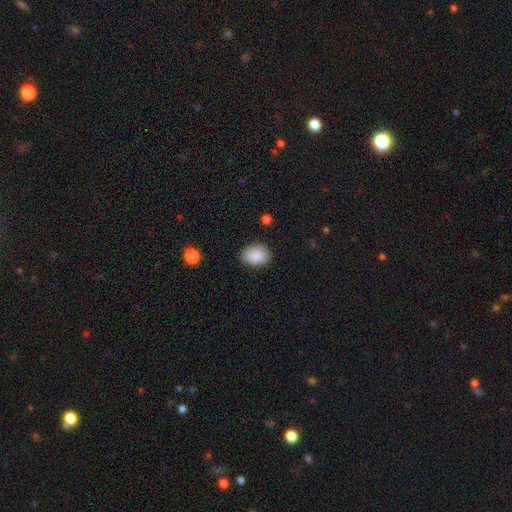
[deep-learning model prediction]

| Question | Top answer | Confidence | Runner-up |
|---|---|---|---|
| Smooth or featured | smooth | 88% | star or artifact (7%) |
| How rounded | in between | 74% | round (25%) |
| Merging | none | 82% | minor disturbance (14%) |